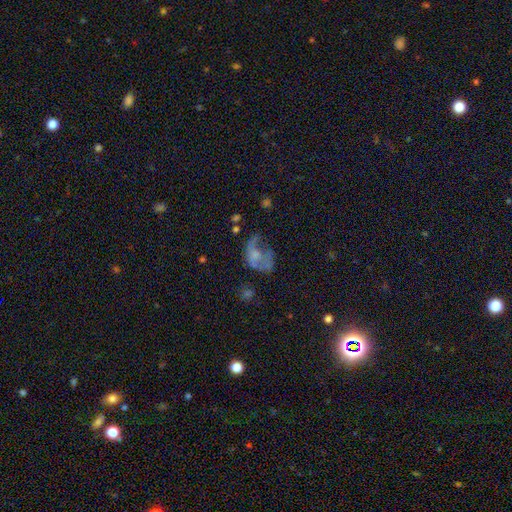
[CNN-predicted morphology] This appears to be a featured or disk galaxy (45%). Merging: major disturbance (53%).